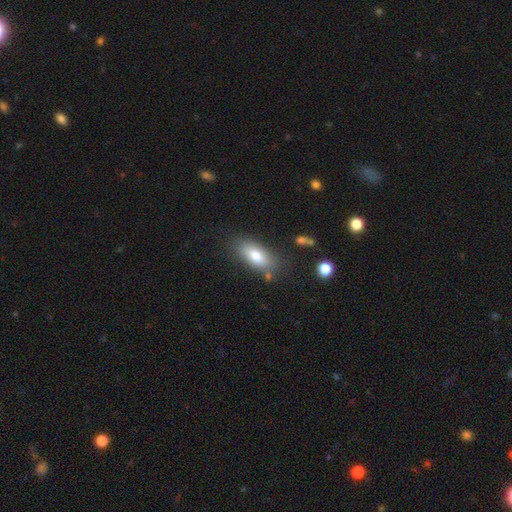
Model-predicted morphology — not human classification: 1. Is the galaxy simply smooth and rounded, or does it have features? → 79% smooth, 14% featured or disk, 7% star or artifact.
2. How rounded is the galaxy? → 86% in between, 11% cigar-shaped, 4% round.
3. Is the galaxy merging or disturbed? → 77% none, 15% minor disturbance, 4% major disturbance, 4% merger.